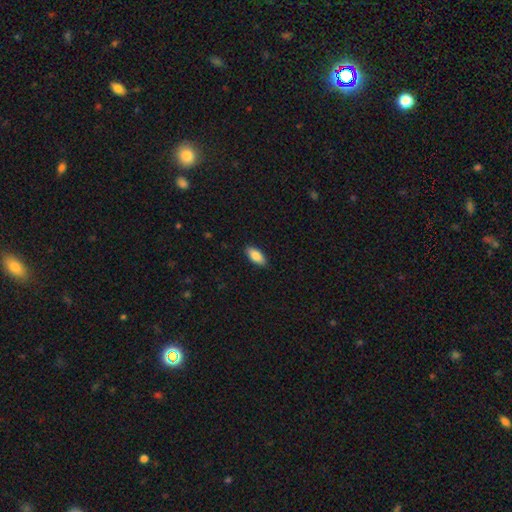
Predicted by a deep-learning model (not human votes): smooth 87%, featured or disk 6%, star or artifact 6%. Down the decision tree: how rounded — in between (89%); merging — none (88%).